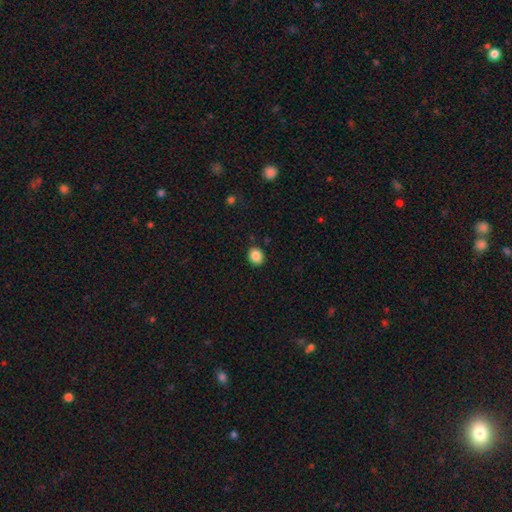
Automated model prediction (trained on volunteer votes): Q: Smooth or featured?
A: smooth (86%); runner-up: star or artifact (10%)
Q: How rounded?
A: round (66%); runner-up: in between (33%)
Q: Merging?
A: none (90%); runner-up: minor disturbance (7%)